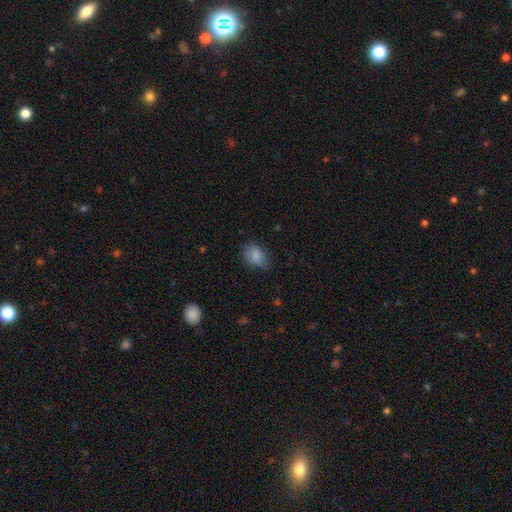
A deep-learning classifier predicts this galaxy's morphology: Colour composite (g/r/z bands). It shows a smooth galaxy with no disk features (84%) that is in between round and cigar-shaped (75%). Merging: none (66%).